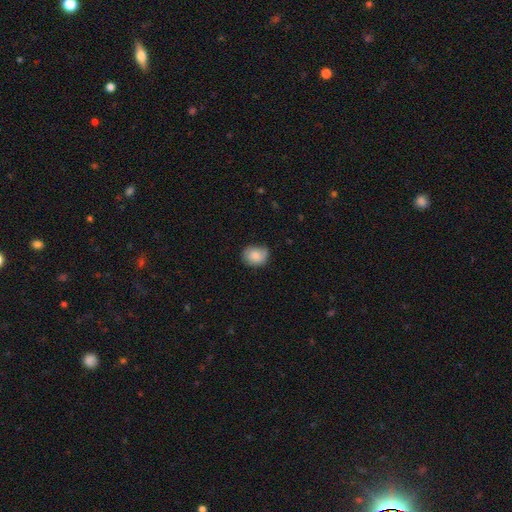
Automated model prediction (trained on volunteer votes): Q: Smooth or featured?
A: smooth (80%); runner-up: featured or disk (13%)
Q: How rounded?
A: round (51%); runner-up: in between (48%)
Q: Merging?
A: none (64%); runner-up: minor disturbance (29%)